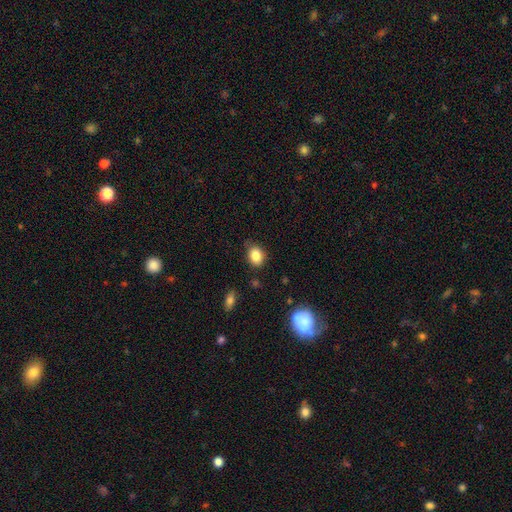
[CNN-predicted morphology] The model was most divided on "how rounded": in between: 61%, round: 38%, cigar-shaped: 1%. More confident: smooth or featured — smooth (85%); merging — none (76%).